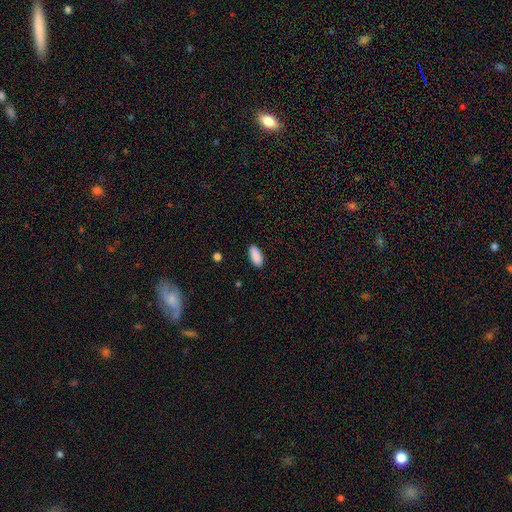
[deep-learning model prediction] Morphology: type=smooth (90%); roundness=in between (88%); merging=none (88%).